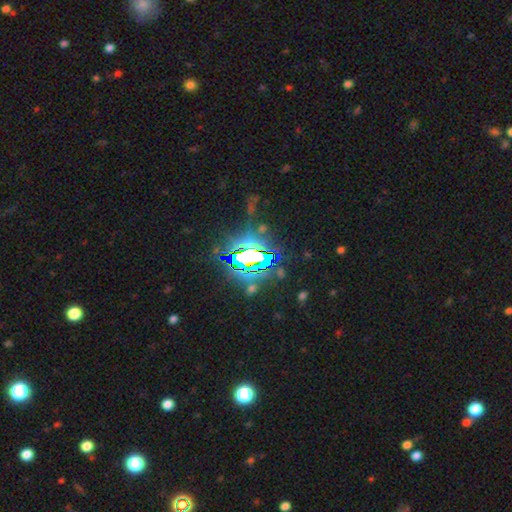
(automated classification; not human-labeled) Smooth or featured? Predicted: star or artifact (p=0.84).